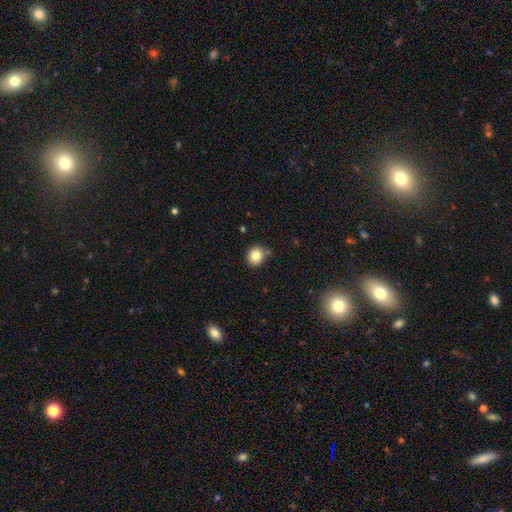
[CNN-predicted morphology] The model was most divided on "merging": none: 78%, minor disturbance: 15%, merger: 5%, major disturbance: 3%. More confident: how rounded — round (86%); smooth or featured — smooth (82%).